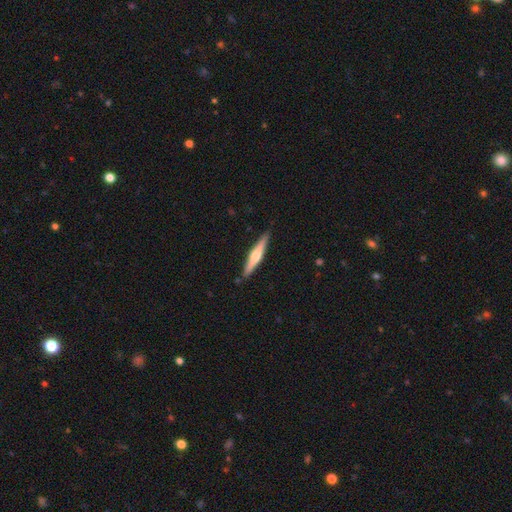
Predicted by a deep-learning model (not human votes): A featured or disk galaxy (62%) viewed edge-on (97%) with a rounded central bulge (89%). Merging: none (89%).